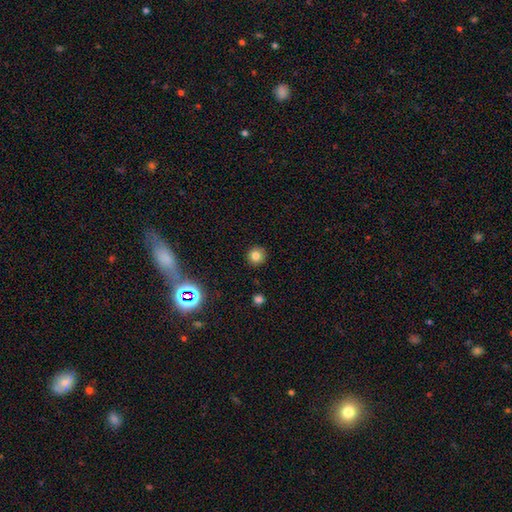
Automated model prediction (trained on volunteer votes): A smooth galaxy with no disk features (80%) that is round (93%).

Vote fractions:
- Smooth or featured? smooth: 80% / star or artifact: 14% / featured or disk: 6%
- How rounded? round: 93% / in between: 6% / cigar-shaped: 1%
- Merging? none: 91% / minor disturbance: 6% / major disturbance: 2% / merger: 1%